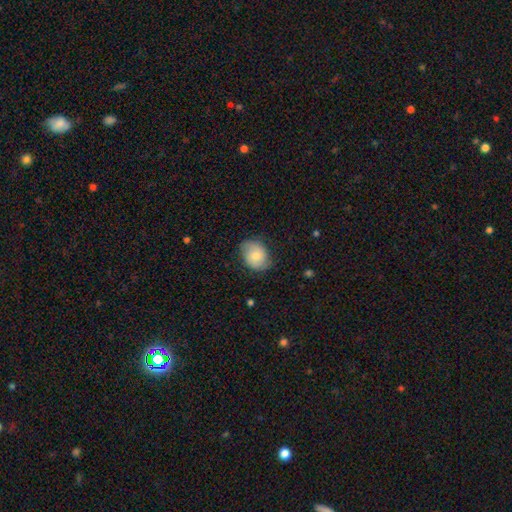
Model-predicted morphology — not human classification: Smooth or featured? smooth (68%)
How rounded? in between (56%)
Merging? none (70%)